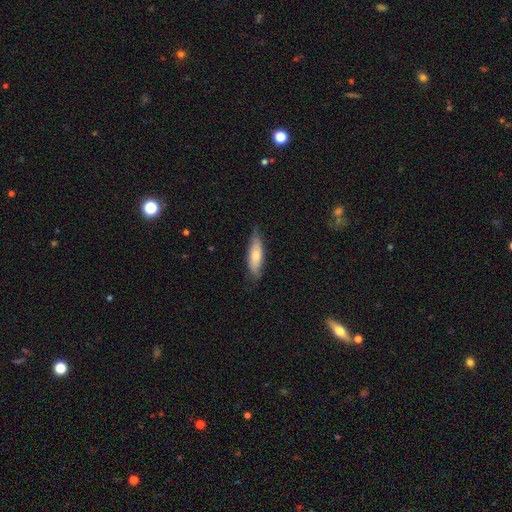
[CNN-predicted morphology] smooth-or-featured: smooth: 70% | featured or disk: 25% | star or artifact: 6%
  how-rounded: cigar-shaped: 52% | in between: 46% | round: 2%
  merging: none: 76% | minor disturbance: 20% | major disturbance: 3% | merger: 1%